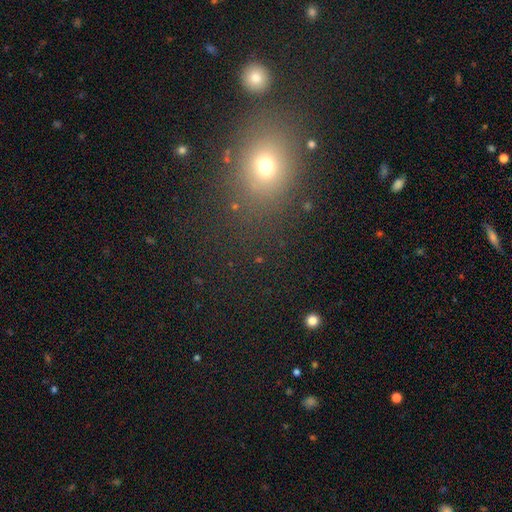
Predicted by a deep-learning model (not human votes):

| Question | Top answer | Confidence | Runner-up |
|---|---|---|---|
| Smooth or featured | smooth | 55% | star or artifact (36%) |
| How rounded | round | 54% | in between (44%) |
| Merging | none | 81% | minor disturbance (9%) |